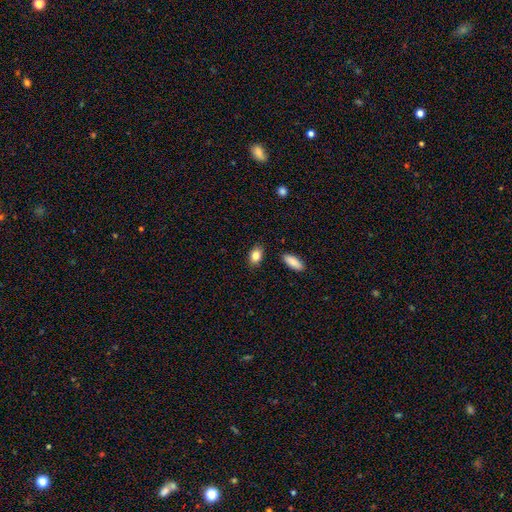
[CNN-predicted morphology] A smooth galaxy with no disk features (84%) that is in between round and cigar-shaped (83%).

Vote fractions:
- Smooth or featured? smooth: 84% / featured or disk: 8% / star or artifact: 8%
- How rounded? in between: 83% / round: 14% / cigar-shaped: 2%
- Merging? none: 86% / minor disturbance: 9% / merger: 2% / major disturbance: 2%